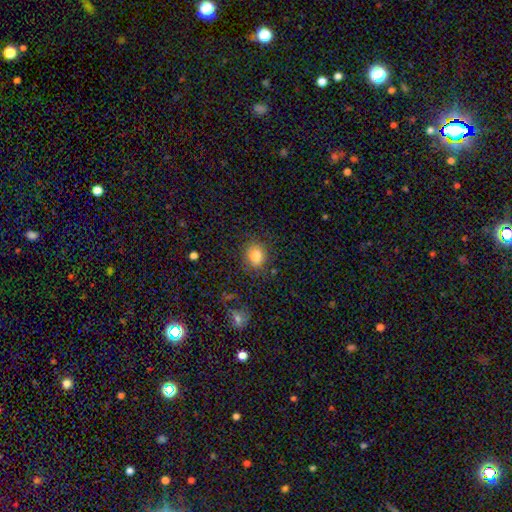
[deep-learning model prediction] Overall: smooth (84%). How rounded: round (62%; in between 37%). Merging: none (82%).